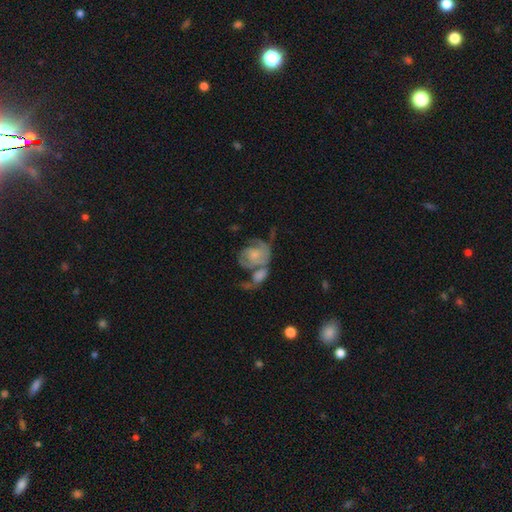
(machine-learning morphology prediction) featured or disk 71%, smooth 23%, star or artifact 6%. Down the decision tree: edge-on disk — no (98%); bar — no (72%); spiral arms — yes (85%); spiral arm count — 2 (52%); spiral winding — tight (40%); bulge size — small (45%); merging — merger (43%).